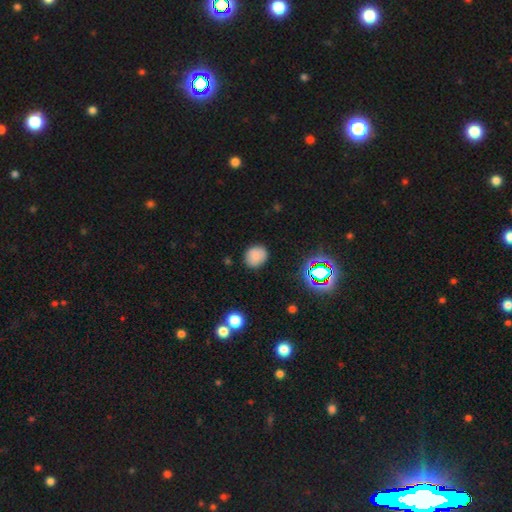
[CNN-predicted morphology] smooth-or-featured: smooth: 80% | star or artifact: 13% | featured or disk: 8%
  how-rounded: round: 66% | in between: 33% | cigar-shaped: 1%
  merging: none: 84% | minor disturbance: 12% | major disturbance: 3% | merger: 1%